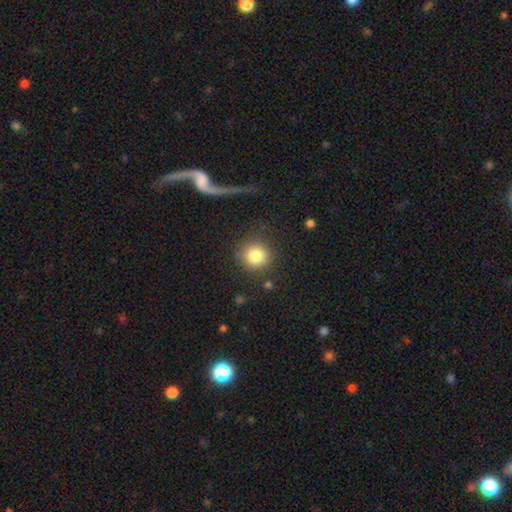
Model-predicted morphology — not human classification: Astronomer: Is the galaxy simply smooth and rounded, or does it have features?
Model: smooth — 83%.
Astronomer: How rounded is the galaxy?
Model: round — 91%.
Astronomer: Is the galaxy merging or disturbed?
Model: none — 83%.